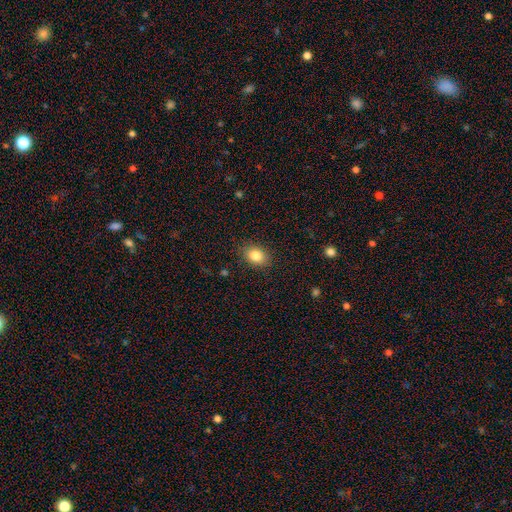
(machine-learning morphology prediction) smooth_or_featured: smooth (p=0.85) [alt: star or artifact p=0.09]
how_rounded: in between (p=0.69) [alt: round p=0.30]
merging: none (p=0.86) [alt: minor disturbance p=0.10]